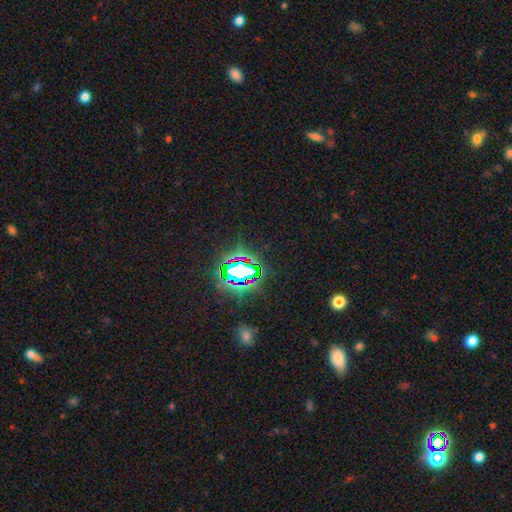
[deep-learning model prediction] This appears to be a star or artifact, not a galaxy (79%).